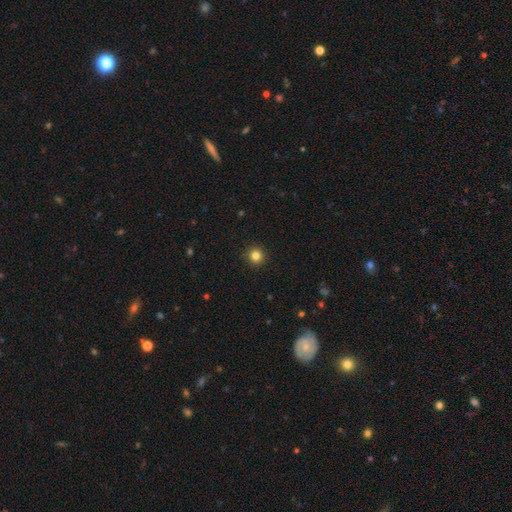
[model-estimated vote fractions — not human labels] smooth 83%, star or artifact 12%, featured or disk 5%. Down the decision tree: how rounded — round (95%); merging — none (93%).